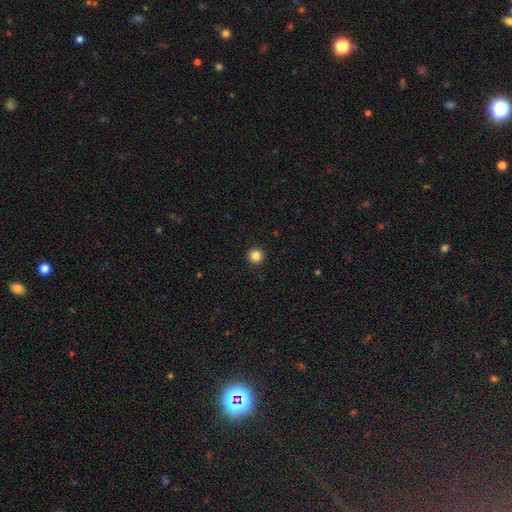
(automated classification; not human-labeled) Smooth or featured: smooth — 85% (star or artifact — 11%)
How rounded: round — 95% (in between — 4%)
Merging: none — 93% (minor disturbance — 4%)